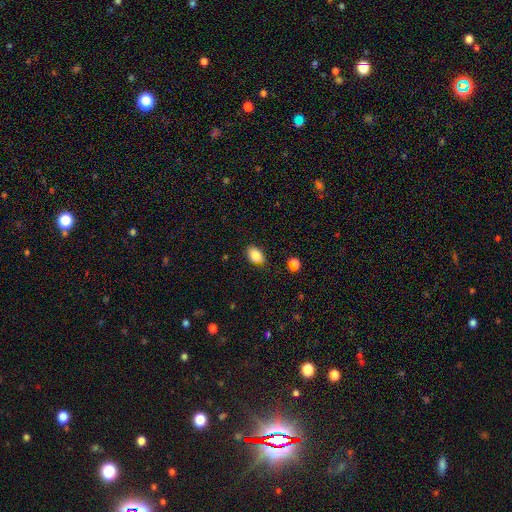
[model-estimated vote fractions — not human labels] This is clearly a smooth galaxy (85%). How rounded: clearly in between (81%). Merging: likely none (79%).